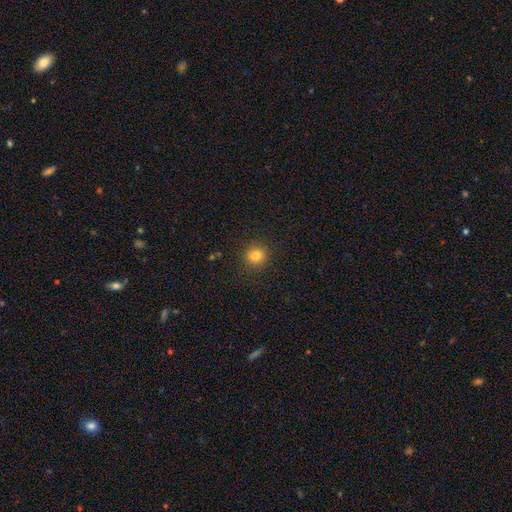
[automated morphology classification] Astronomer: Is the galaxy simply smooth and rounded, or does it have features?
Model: smooth — 81%.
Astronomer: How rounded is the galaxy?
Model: round — 92%.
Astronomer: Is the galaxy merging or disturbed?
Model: none — 90%.